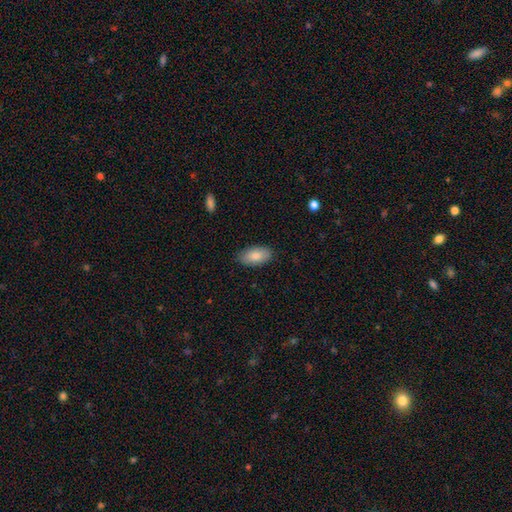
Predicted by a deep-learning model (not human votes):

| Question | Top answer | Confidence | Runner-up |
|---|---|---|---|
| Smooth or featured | smooth | 85% | featured or disk (9%) |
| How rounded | in between | 94% | cigar-shaped (3%) |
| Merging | none | 87% | minor disturbance (10%) |